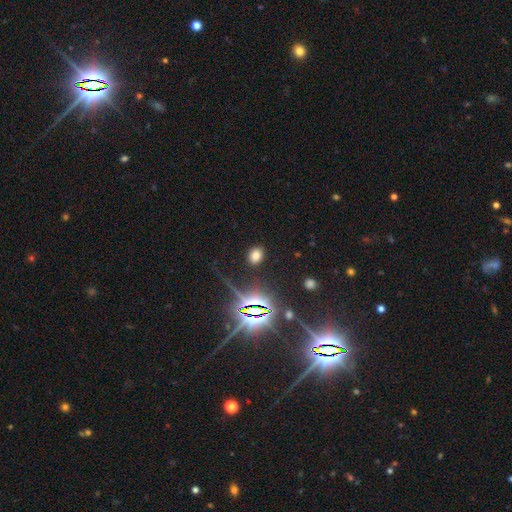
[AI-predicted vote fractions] Smooth or featured? Predicted: smooth (p=0.67). How rounded? Predicted: in between (p=0.72). Merging? Predicted: none (p=0.86).